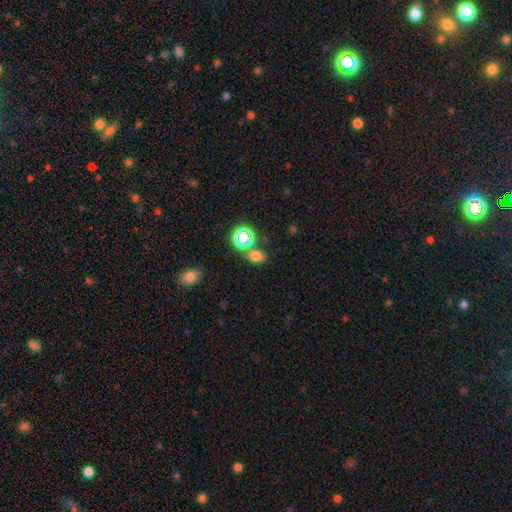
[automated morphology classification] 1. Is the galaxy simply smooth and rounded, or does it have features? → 65% smooth, 28% star or artifact, 7% featured or disk.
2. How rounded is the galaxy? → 66% in between, 32% round, 2% cigar-shaped.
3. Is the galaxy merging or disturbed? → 67% none, 16% merger, 12% minor disturbance, 5% major disturbance.